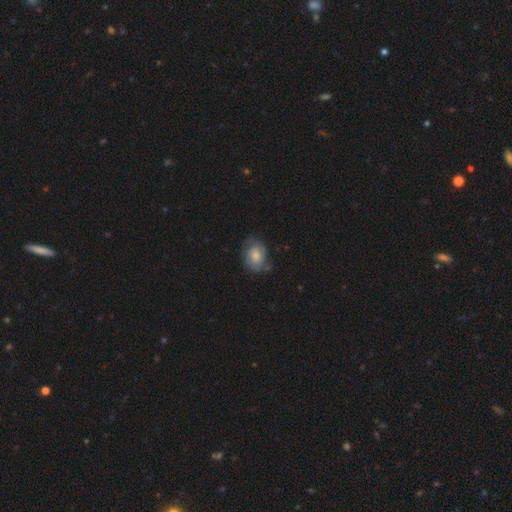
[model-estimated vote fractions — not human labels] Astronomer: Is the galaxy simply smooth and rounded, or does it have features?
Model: smooth — 55% (runner-up: featured or disk, 38%).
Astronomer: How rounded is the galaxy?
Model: in between — 60% (runner-up: round, 38%).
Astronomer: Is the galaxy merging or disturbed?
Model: none — 56%.